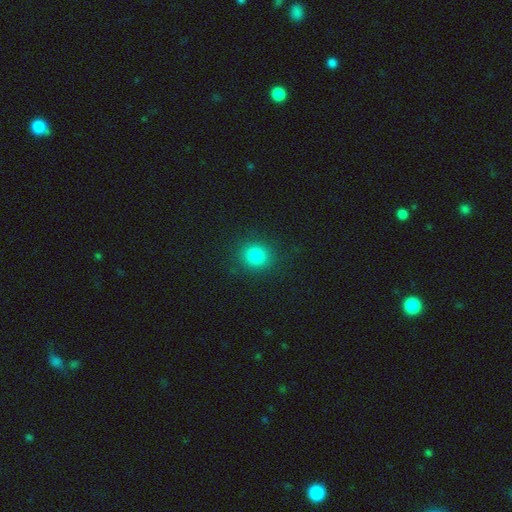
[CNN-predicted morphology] Smooth or featured? smooth (83%)
How rounded? round (82%)
Merging? none (88%)